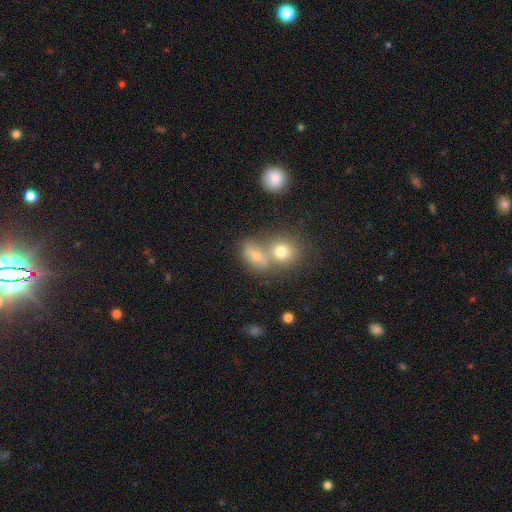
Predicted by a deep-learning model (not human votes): A smooth galaxy with no disk features (68%) that is in between round and cigar-shaped (62%).

Vote fractions:
- Smooth or featured? smooth: 68% / featured or disk: 17% / star or artifact: 15%
- How rounded? in between: 62% / round: 34% / cigar-shaped: 4%
- Merging? merger: 47% / none: 39% / minor disturbance: 9% / major disturbance: 4%